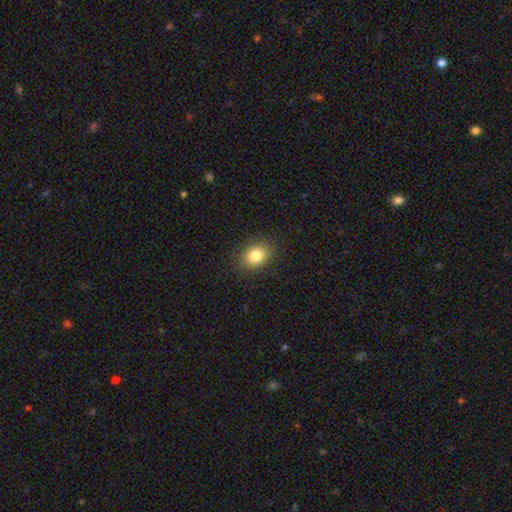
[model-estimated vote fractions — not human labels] Overall: smooth (83%). How rounded: in between (63%; round 36%). Merging: none (88%).